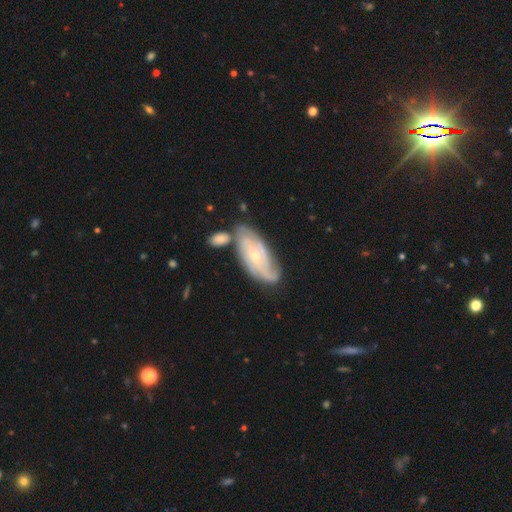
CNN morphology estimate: Q: Smooth or featured?
A: featured or disk (75%); runner-up: smooth (19%)
Q: Edge-on disk?
A: no (91%); runner-up: yes (9%)
Q: Bar?
A: no (72%); runner-up: weak (23%)
Q: Spiral arms?
A: yes (88%); runner-up: no (12%)
Q: Spiral winding?
A: tight (56%); runner-up: medium (32%)
Q: Spiral arm count?
A: can't tell (42%); runner-up: 2 (29%)
Q: Bulge size?
A: small (62%); runner-up: moderate (35%)
Q: Merging?
A: none (55%); runner-up: minor disturbance (20%)